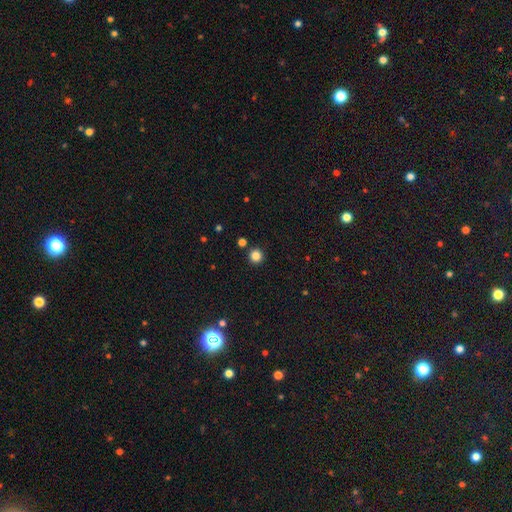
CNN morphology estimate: The model was most divided on "smooth or featured": smooth: 84%, star or artifact: 13%, featured or disk: 4%. More confident: how rounded — round (95%); merging — none (90%).